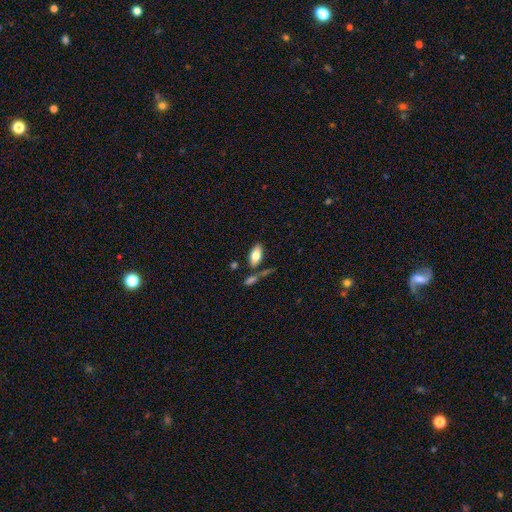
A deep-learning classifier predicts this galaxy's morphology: Q: Smooth or featured?
A: smooth (77%); runner-up: featured or disk (17%)
Q: How rounded?
A: in between (91%); runner-up: cigar-shaped (7%)
Q: Merging?
A: none (66%); runner-up: merger (17%)